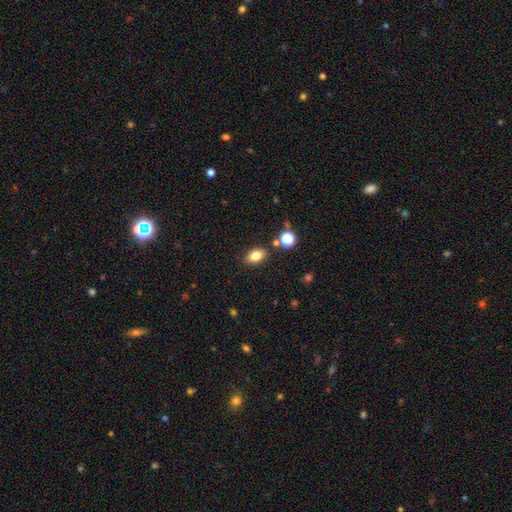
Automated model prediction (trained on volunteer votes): smooth 80%, star or artifact 11%, featured or disk 9%. Down the decision tree: how rounded — in between (84%); merging — none (82%).